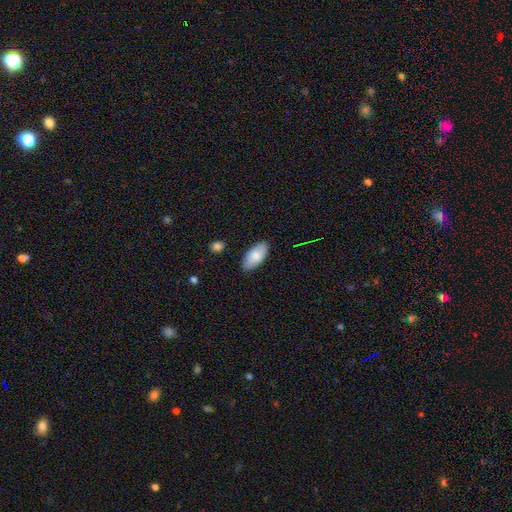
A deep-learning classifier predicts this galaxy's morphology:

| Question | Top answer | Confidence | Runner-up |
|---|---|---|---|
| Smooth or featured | smooth | 81% | featured or disk (12%) |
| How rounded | in between | 93% | cigar-shaped (5%) |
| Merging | none | 86% | minor disturbance (11%) |